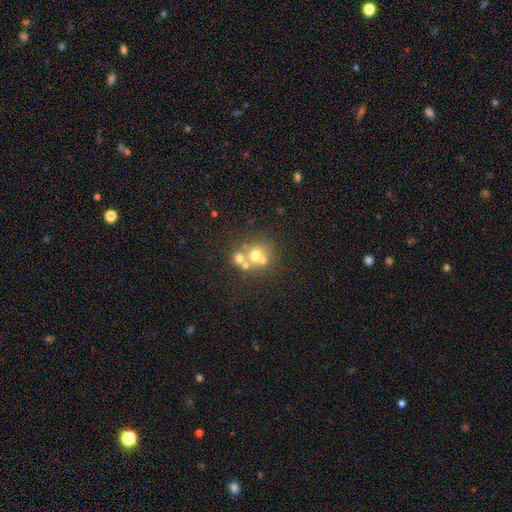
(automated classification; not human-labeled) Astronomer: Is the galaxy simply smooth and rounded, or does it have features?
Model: smooth — 56%.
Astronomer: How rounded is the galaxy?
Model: round — 84%.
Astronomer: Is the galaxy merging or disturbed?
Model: none — 44% (runner-up: merger, 43%).